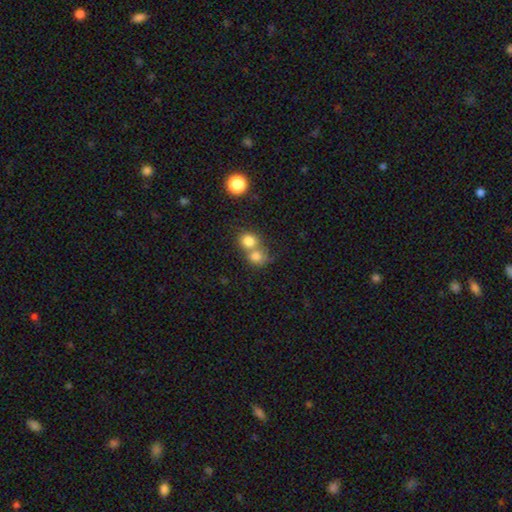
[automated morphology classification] A smooth galaxy with no disk features (64%) that is round (77%).

Vote fractions:
- Smooth or featured? smooth: 64% / star or artifact: 21% / featured or disk: 15%
- How rounded? round: 77% / in between: 21% / cigar-shaped: 2%
- Merging? merger: 53% / none: 38% / minor disturbance: 6% / major disturbance: 3%